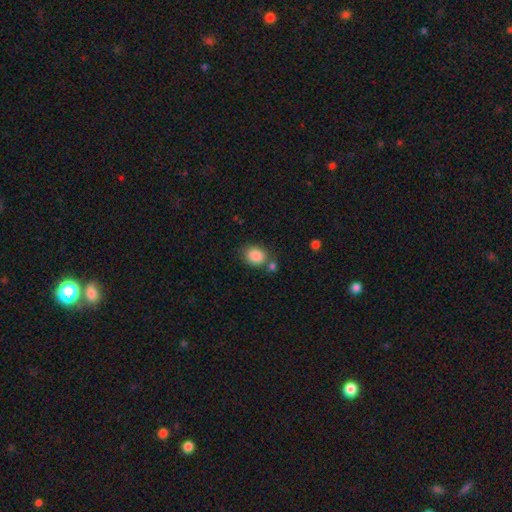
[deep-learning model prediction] A smooth galaxy with no disk features (87%) that is round (51%). Merging: none (66%).